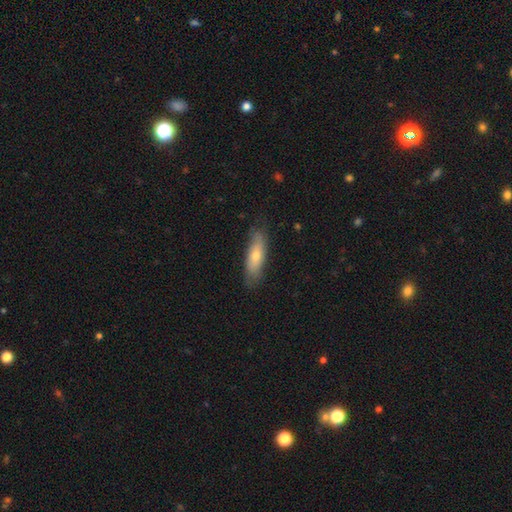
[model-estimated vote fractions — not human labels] Smooth or featured? Predicted: smooth (p=0.62). How rounded? Predicted: in between (p=0.50). Merging? Predicted: none (p=0.78).